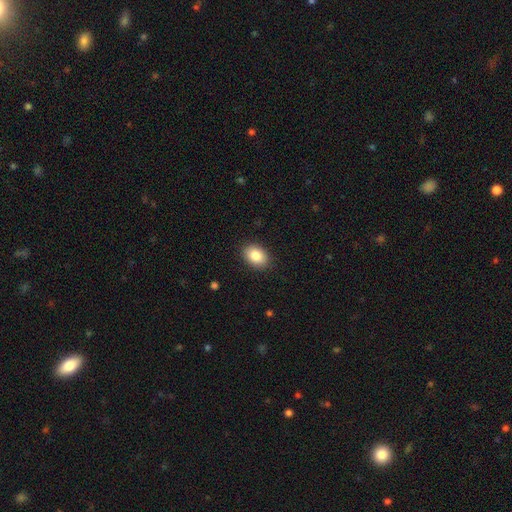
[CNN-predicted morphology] smooth-or-featured: smooth: 86% | star or artifact: 8% | featured or disk: 6%
  how-rounded: in between: 79% | round: 20% | cigar-shaped: 1%
  merging: none: 89% | minor disturbance: 8% | major disturbance: 2% | merger: 1%